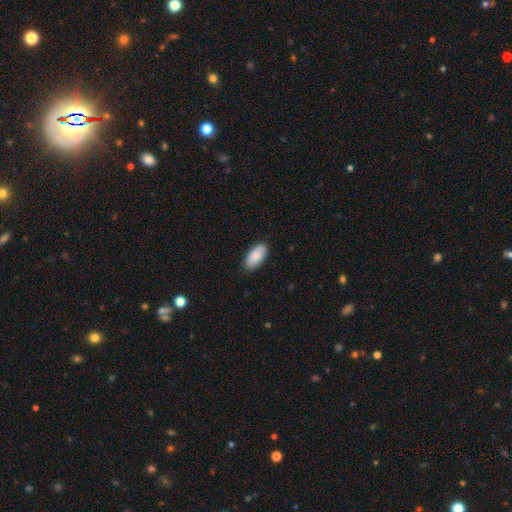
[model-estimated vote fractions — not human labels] Smooth or featured: smooth — 87% (featured or disk — 7%)
How rounded: in between — 94% (cigar-shaped — 4%)
Merging: none — 86% (minor disturbance — 11%)